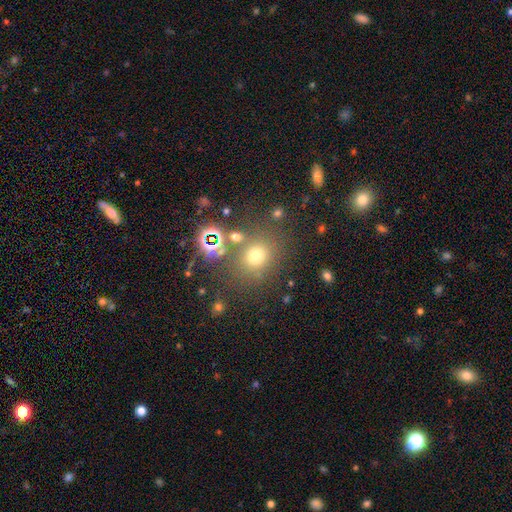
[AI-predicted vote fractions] Overall: smooth (64%; star or artifact 26%). How rounded: round (77%). Merging: none (73%).